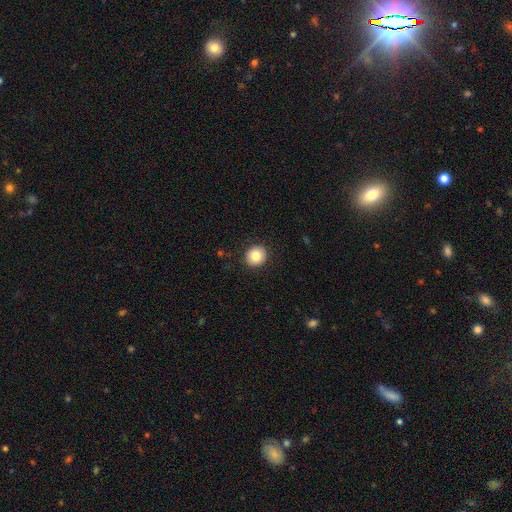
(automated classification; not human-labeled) Smooth or featured? smooth (84%)
How rounded? round (87%)
Merging? none (91%)